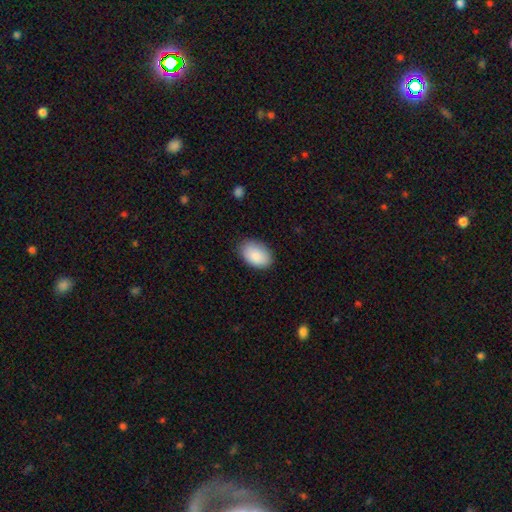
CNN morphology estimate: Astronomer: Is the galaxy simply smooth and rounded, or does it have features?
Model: smooth — 89%.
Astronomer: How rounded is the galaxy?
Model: in between — 90%.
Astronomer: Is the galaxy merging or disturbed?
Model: none — 84%.